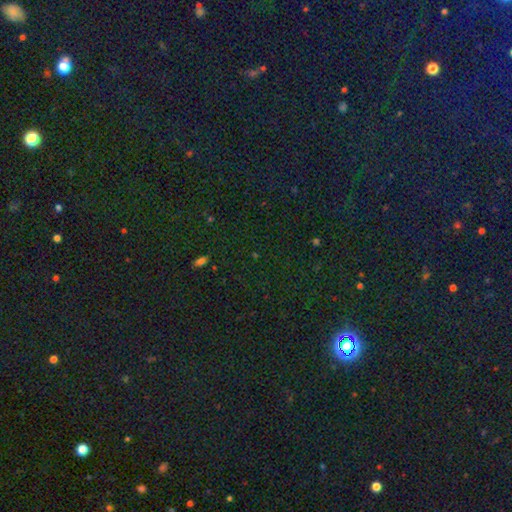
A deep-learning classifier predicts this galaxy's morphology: This appears to be a star or artifact, not a galaxy (78%).